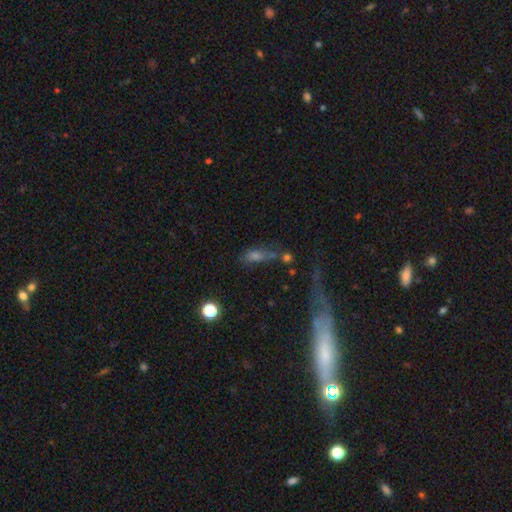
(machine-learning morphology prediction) A smooth galaxy with no disk features (47%).

Vote fractions:
- Smooth or featured? smooth: 47% / featured or disk: 32% / star or artifact: 21%
- Merging? none: 43% / major disturbance: 20% / minor disturbance: 20% / merger: 17%